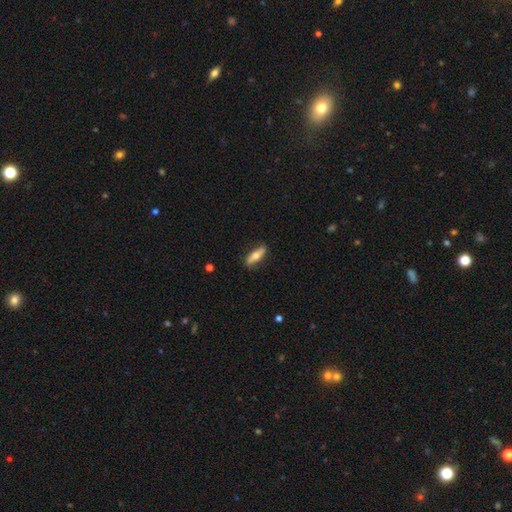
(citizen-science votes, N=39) Smooth or featured?
  - smooth: 67% *
  - featured or disk: 31%
  - star or artifact: 3%
How rounded?
  - in between: 54% *
  - cigar-shaped: 42%
  - round: 4%
Merging?
  - none: 79% *
  - minor disturbance: 18%
  - merger: 3%
  - major disturbance: 0%